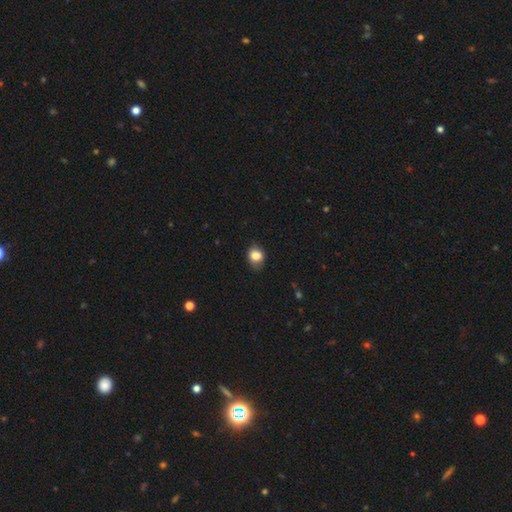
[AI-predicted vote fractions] This is clearly a smooth galaxy (82%). How rounded: possibly round (55%). Merging: likely none (70%).